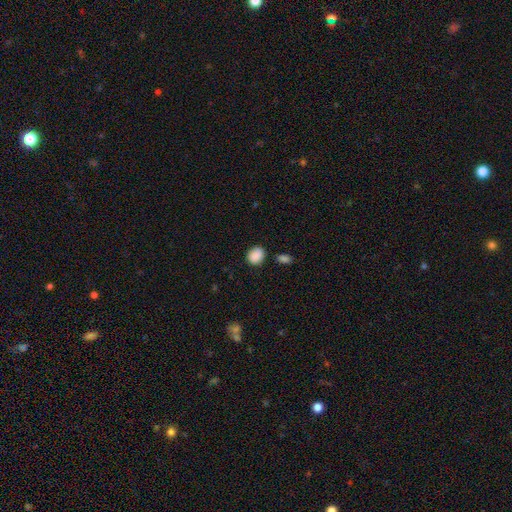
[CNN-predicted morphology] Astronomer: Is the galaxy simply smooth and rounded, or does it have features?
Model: smooth — 89%.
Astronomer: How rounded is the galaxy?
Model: round — 51% (runner-up: in between, 48%).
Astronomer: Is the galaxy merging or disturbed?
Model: none — 80%.